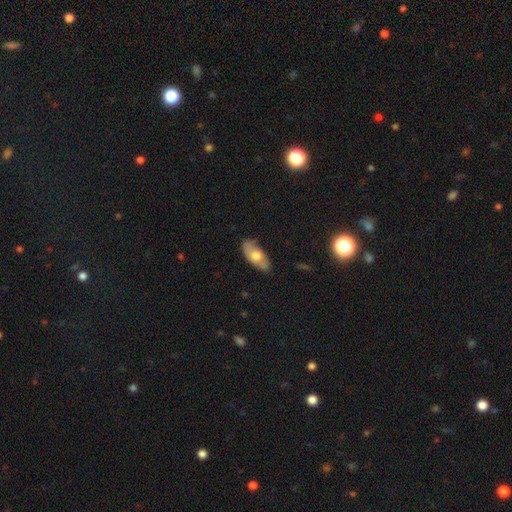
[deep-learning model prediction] smooth_or_featured: smooth (p=0.57) [alt: featured or disk p=0.37]
how_rounded: in between (p=0.89) [alt: cigar-shaped p=0.08]
merging: none (p=0.77) [alt: minor disturbance p=0.19]